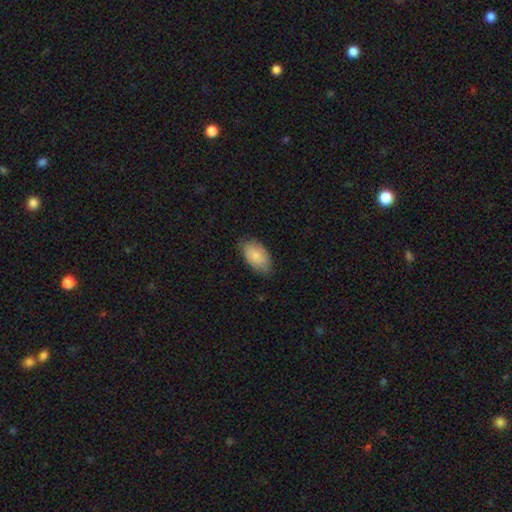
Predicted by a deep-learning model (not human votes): This appears to be a smooth galaxy with no disk features (82%) that is in between round and cigar-shaped (95%). Merging: none (76%).